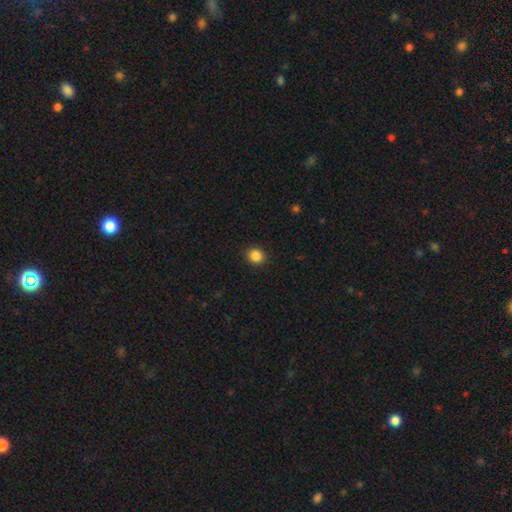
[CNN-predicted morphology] smooth_or_featured: smooth (p=0.87) [alt: star or artifact p=0.10]
how_rounded: round (p=0.84) [alt: in between p=0.15]
merging: none (p=0.92) [alt: minor disturbance p=0.06]